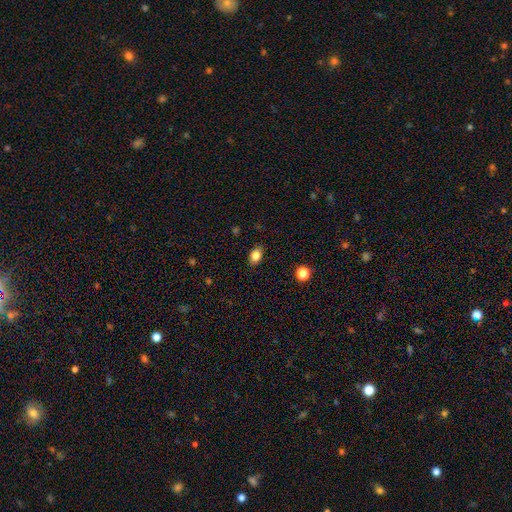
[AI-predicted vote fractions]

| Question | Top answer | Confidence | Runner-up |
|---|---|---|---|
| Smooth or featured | smooth | 83% | star or artifact (10%) |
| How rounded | in between | 80% | round (18%) |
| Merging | none | 87% | minor disturbance (10%) |